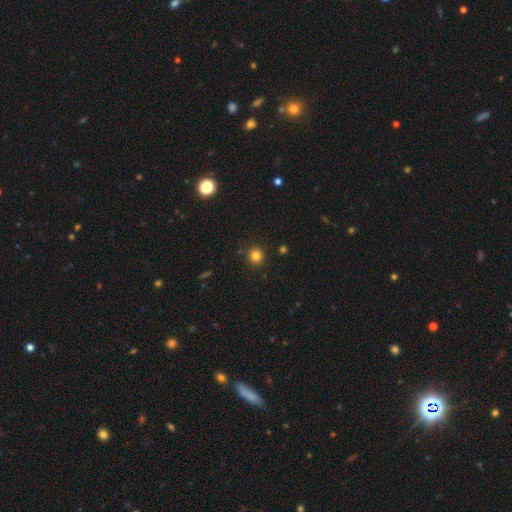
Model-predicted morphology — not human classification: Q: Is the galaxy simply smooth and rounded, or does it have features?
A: smooth — 81%.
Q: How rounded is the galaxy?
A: round — 93%.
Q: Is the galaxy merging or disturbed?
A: none — 89%.